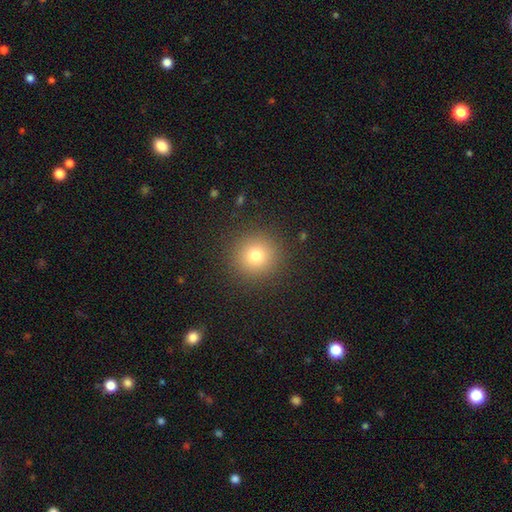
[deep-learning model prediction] Q: Smooth or featured?
A: smooth (77%); runner-up: star or artifact (14%)
Q: How rounded?
A: round (95%); runner-up: in between (5%)
Q: Merging?
A: none (91%); runner-up: minor disturbance (5%)